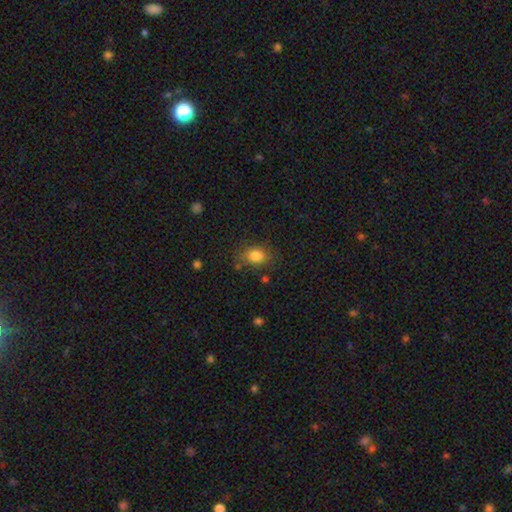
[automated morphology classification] smooth-or-featured: smooth: 83% | star or artifact: 10% | featured or disk: 7%
  how-rounded: in between: 66% | round: 33% | cigar-shaped: 1%
  merging: none: 76% | minor disturbance: 16% | major disturbance: 5% | merger: 3%